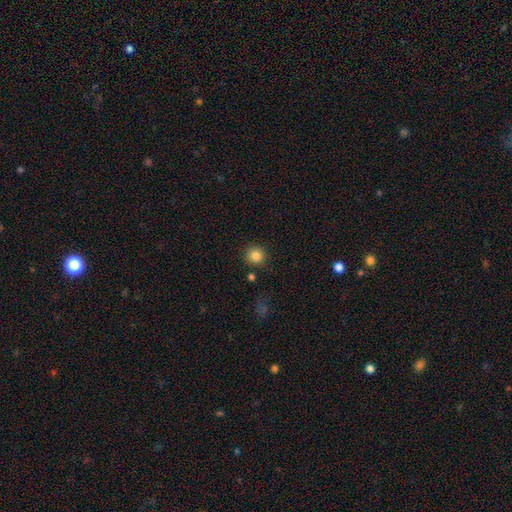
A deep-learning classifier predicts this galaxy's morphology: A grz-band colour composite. It shows a smooth galaxy with no disk features (84%) that is round (93%). Merging: none (87%).